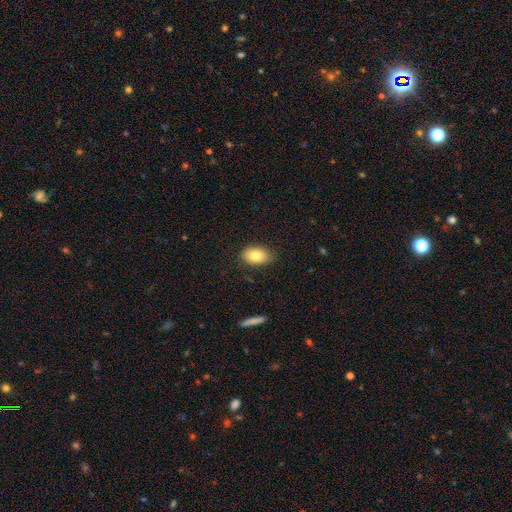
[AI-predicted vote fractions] Smooth or featured? smooth (82%)
How rounded? in between (88%)
Merging? none (84%)